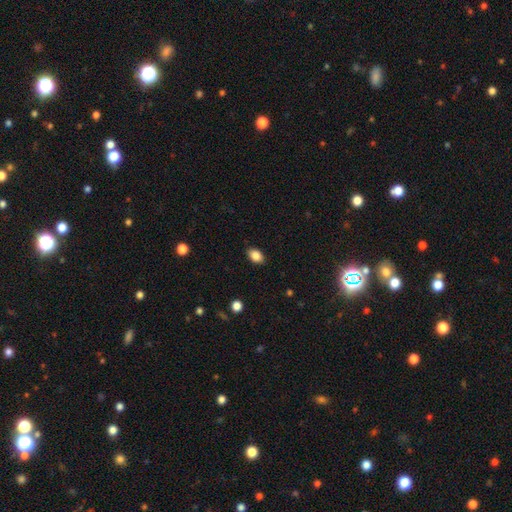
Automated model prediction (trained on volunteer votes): This appears to be a smooth galaxy with no disk features (86%) that is in between round and cigar-shaped (84%). Merging: none (88%).